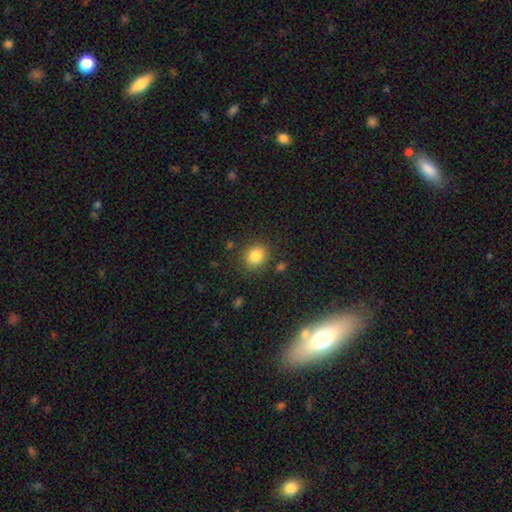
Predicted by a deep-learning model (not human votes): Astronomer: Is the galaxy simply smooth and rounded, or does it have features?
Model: smooth — 84%.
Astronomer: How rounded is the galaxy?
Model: round — 67%.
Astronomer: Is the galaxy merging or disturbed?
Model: none — 83%.